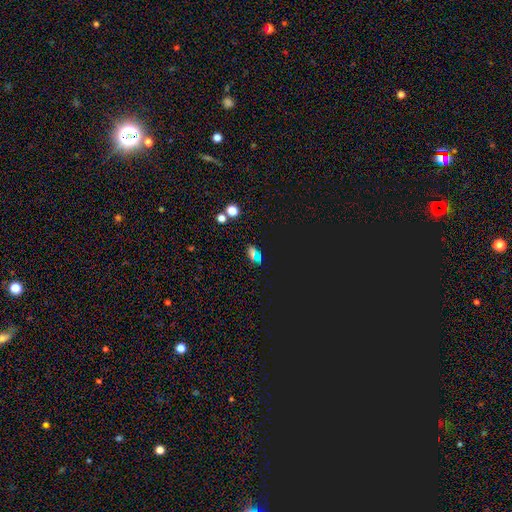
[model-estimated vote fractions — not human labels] smooth_or_featured: star or artifact (p=0.48) [alt: smooth p=0.41]